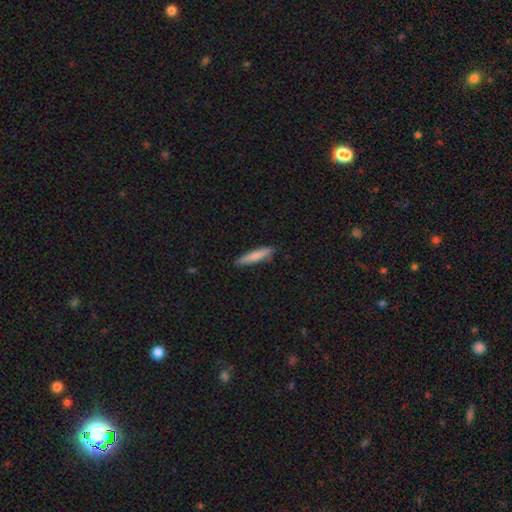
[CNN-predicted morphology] smooth-or-featured: smooth: 77% | featured or disk: 17% | star or artifact: 5%
  how-rounded: cigar-shaped: 89% | in between: 9% | round: 1%
  merging: none: 87% | minor disturbance: 10% | major disturbance: 2% | merger: 1%